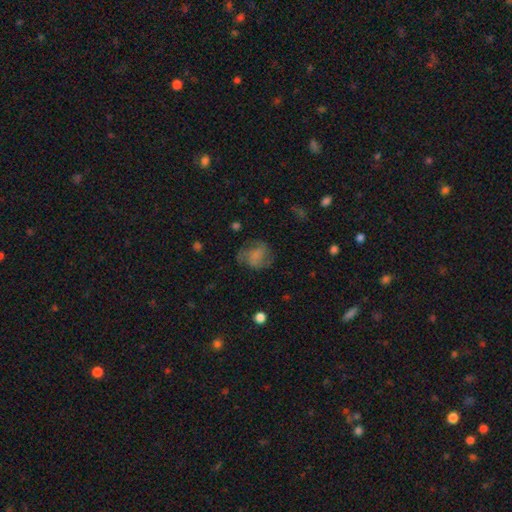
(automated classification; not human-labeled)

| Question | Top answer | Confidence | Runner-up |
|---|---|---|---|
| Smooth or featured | smooth | 48% | featured or disk (41%) |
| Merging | none | 56% | minor disturbance (22%) |